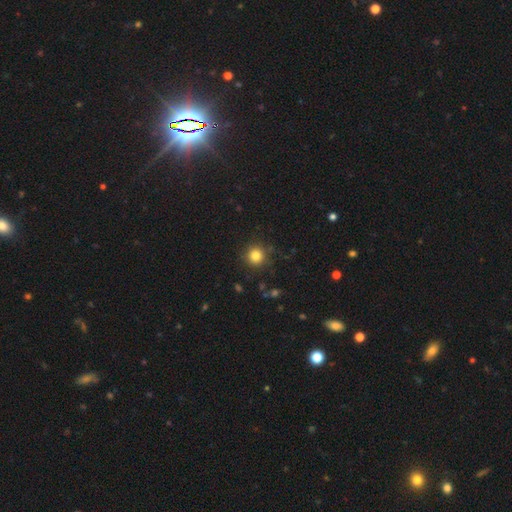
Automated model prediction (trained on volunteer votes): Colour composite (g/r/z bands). It shows a smooth galaxy with no disk features (82%) that is round (94%). Merging: none (87%).